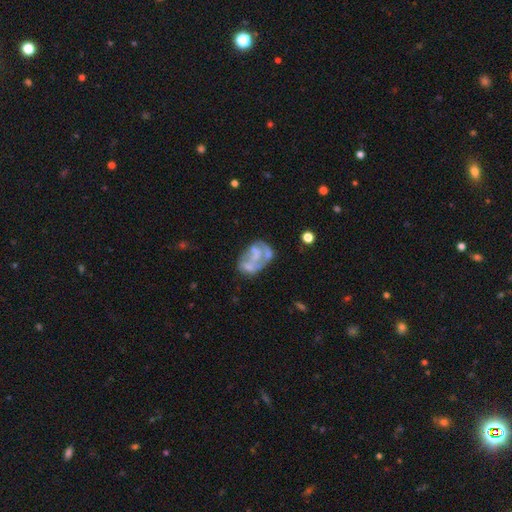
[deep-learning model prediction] This appears to be a featured or disk galaxy (65%) with no bar (79%), no spiral arms (70%) and no central bulge (67%). Merging: none (36%).